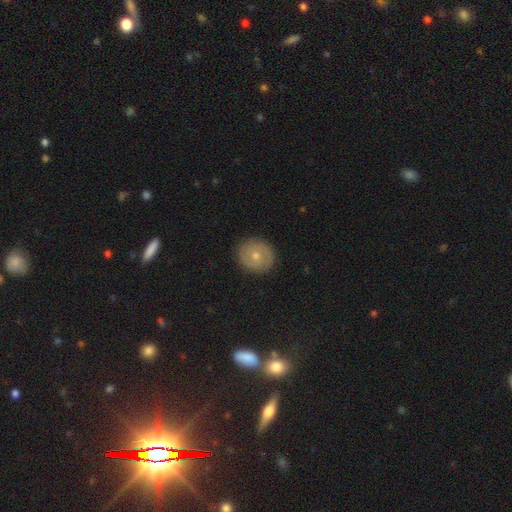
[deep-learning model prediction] smooth-or-featured: featured or disk: 61% | smooth: 32% | star or artifact: 7%
  disk-edge-on: no: 97% | yes: 3%
    bar: no: 77% | weak: 20% | strong: 4%
    has-spiral-arms: yes: 78% | no: 22%
    bulge-size: moderate: 54% | small: 42% | large: 2% | none: 1% | dominant: 1%
  merging: none: 89% | minor disturbance: 8% | major disturbance: 2% | merger: 1%